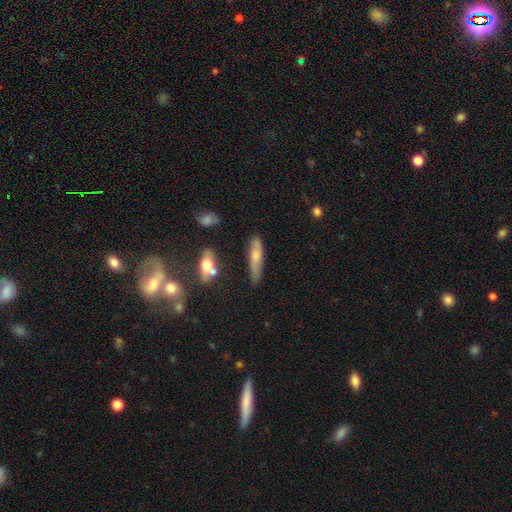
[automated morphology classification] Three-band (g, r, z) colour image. It shows a smooth galaxy with no disk features (60%) that is cigar-shaped (74%). Merging: none (62%).